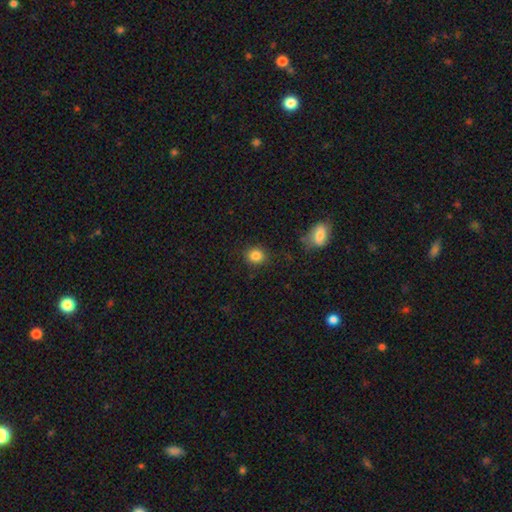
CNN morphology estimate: type=smooth (84%); roundness=round (77%); merging=none (86%).